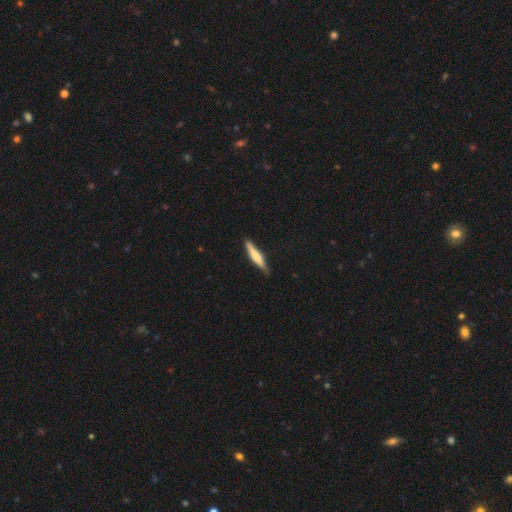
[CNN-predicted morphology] A smooth galaxy with no disk features (61%) that is cigar-shaped (90%).

Vote fractions:
- Smooth or featured? smooth: 61% / featured or disk: 33% / star or artifact: 5%
- How rounded? cigar-shaped: 90% / in between: 9% / round: 1%
- Merging? none: 80% / minor disturbance: 16% / major disturbance: 2% / merger: 1%